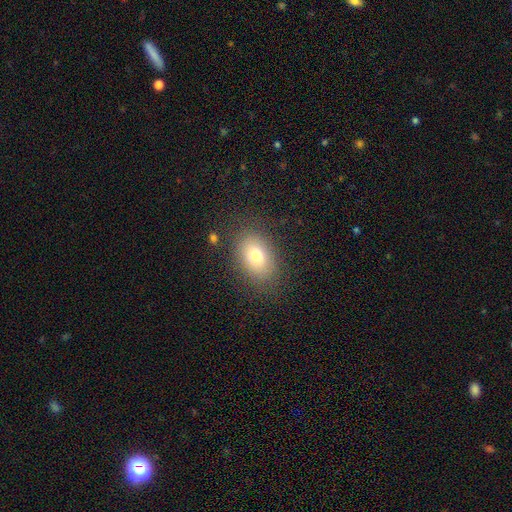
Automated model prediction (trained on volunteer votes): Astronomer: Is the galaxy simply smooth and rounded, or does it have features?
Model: smooth — 77%.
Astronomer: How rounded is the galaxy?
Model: in between — 81%.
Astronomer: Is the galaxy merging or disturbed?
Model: none — 83%.